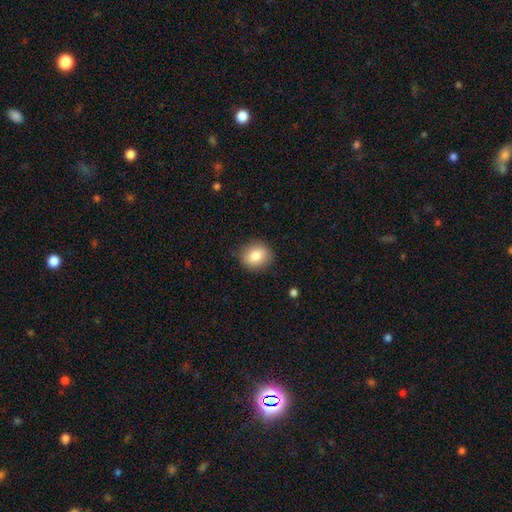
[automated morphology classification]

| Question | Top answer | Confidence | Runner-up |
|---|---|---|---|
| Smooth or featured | smooth | 82% | featured or disk (10%) |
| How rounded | round | 70% | in between (29%) |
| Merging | none | 86% | minor disturbance (10%) |